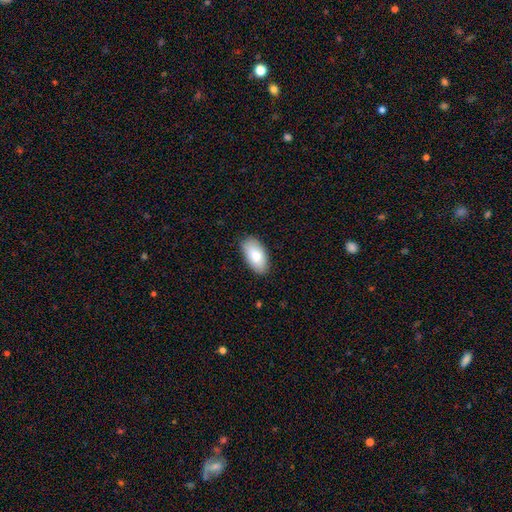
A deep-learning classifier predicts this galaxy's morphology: This appears to be a smooth galaxy with no disk features (83%) that is in between round and cigar-shaped (95%). Merging: none (85%).